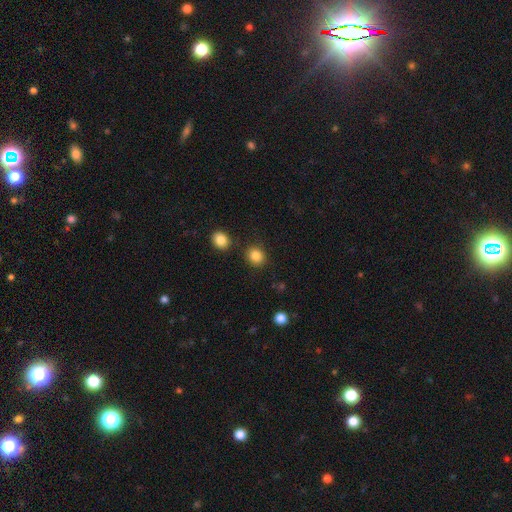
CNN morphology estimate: Smooth or featured: smooth — 86% (star or artifact — 10%)
How rounded: round — 80% (in between — 19%)
Merging: none — 86% (minor disturbance — 7%)